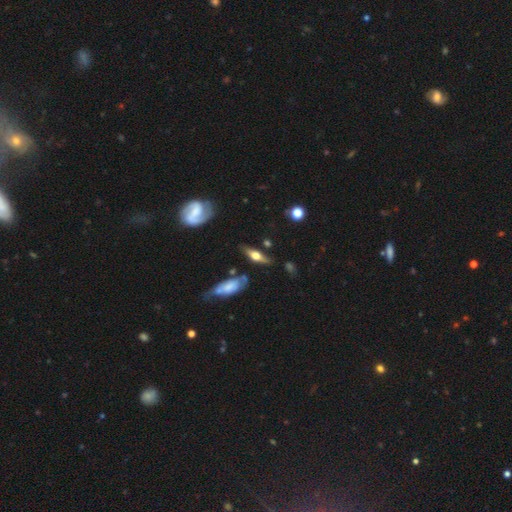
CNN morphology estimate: A featured or disk galaxy (56%) viewed edge-on (86%).

Vote fractions:
- Smooth or featured? featured or disk: 56% / smooth: 38% / star or artifact: 7%
- Edge-on disk? yes: 86% / no: 14%
- Merging? none: 70% / minor disturbance: 18% / merger: 6% / major disturbance: 6%